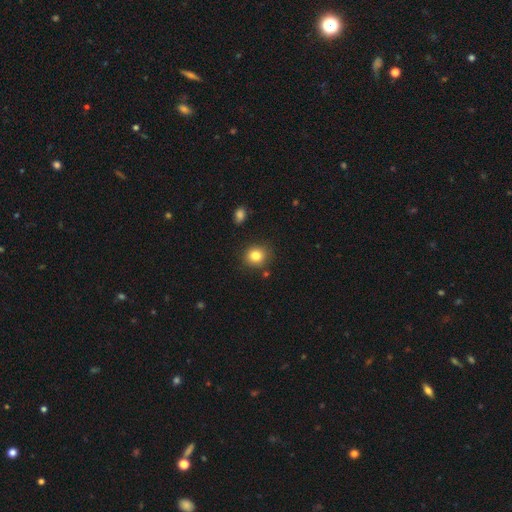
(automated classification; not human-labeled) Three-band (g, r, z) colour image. It shows a smooth galaxy with no disk features (82%) that is round (80%). Merging: none (86%).